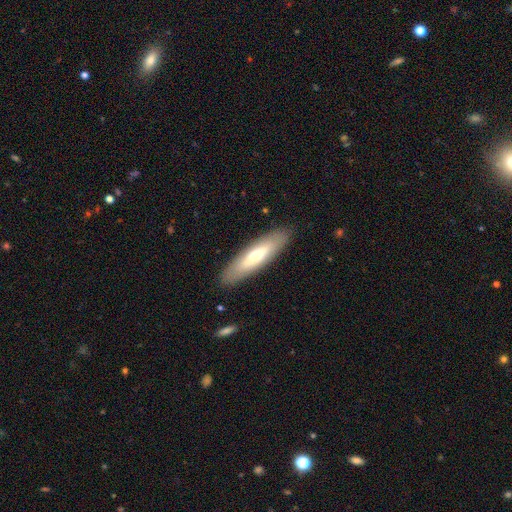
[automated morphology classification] smooth_or_featured: smooth (p=0.54) [alt: featured or disk p=0.40]
how_rounded: cigar-shaped (p=0.63) [alt: in between p=0.35]
merging: none (p=0.88) [alt: minor disturbance p=0.08]